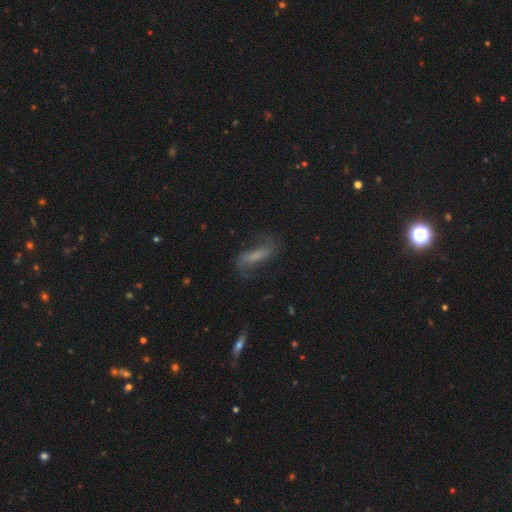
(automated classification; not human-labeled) The model was most divided on "smooth or featured": featured or disk: 47%, smooth: 40%, star or artifact: 13%. More confident: merging — none (61%).